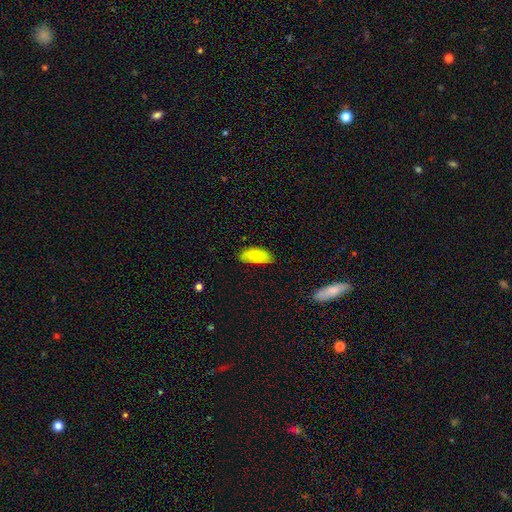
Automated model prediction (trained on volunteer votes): Smooth or featured: smooth — 80% (featured or disk — 14%)
How rounded: in between — 92% (cigar-shaped — 5%)
Merging: none — 74% (minor disturbance — 21%)